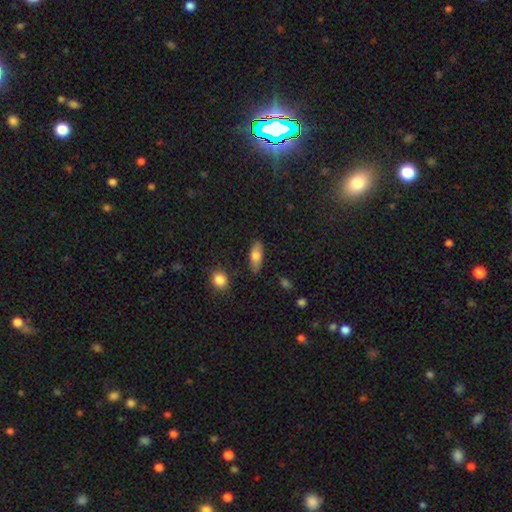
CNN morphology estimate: Smooth or featured? smooth (77%)
How rounded? in between (80%)
Merging? none (83%)